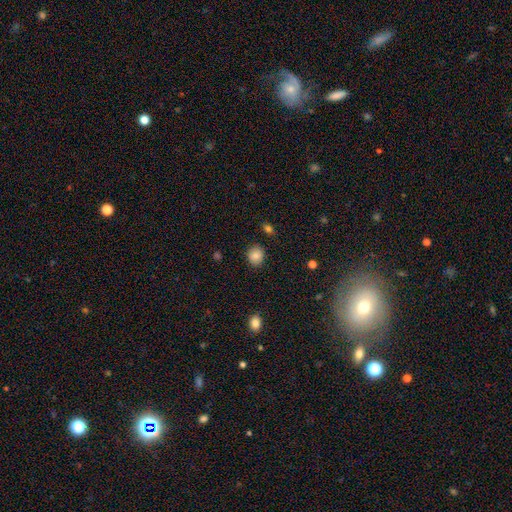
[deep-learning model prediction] Smooth or featured: smooth — 85% (star or artifact — 9%)
How rounded: round — 73% (in between — 26%)
Merging: none — 87% (minor disturbance — 9%)